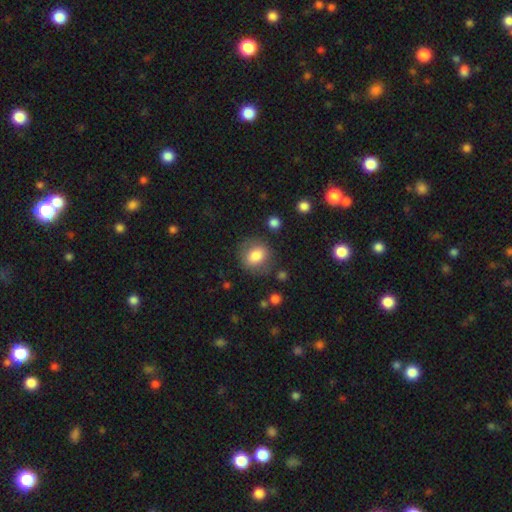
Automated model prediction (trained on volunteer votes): This appears to be a smooth galaxy with no disk features (82%) that is round (65%). Merging: none (77%).